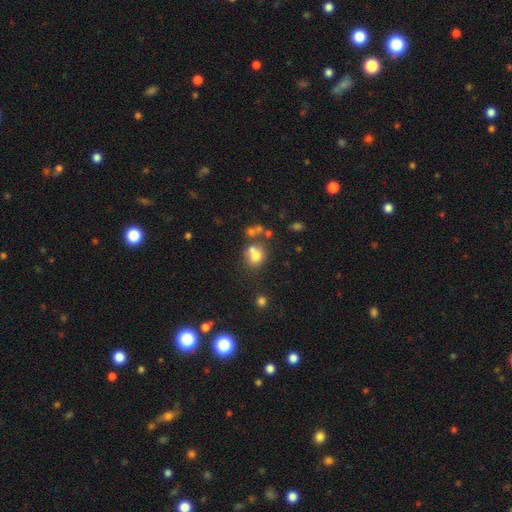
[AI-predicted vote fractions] Smooth or featured: smooth — 68% (featured or disk — 18%)
How rounded: round — 73% (in between — 26%)
Merging: none — 43% (merger — 41%)